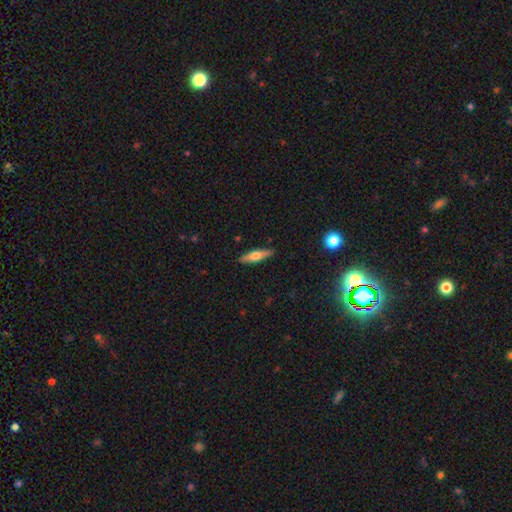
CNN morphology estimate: This is possibly a smooth galaxy (49%). Merging: clearly none (89%).